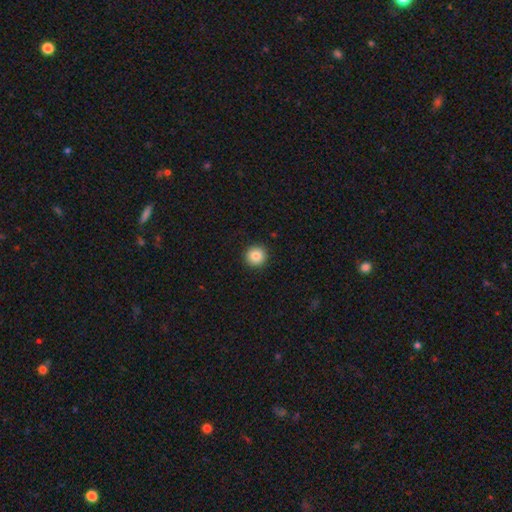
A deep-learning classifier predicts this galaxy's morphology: Smooth or featured: smooth — 86% (star or artifact — 9%)
How rounded: round — 95% (in between — 4%)
Merging: none — 92% (minor disturbance — 5%)